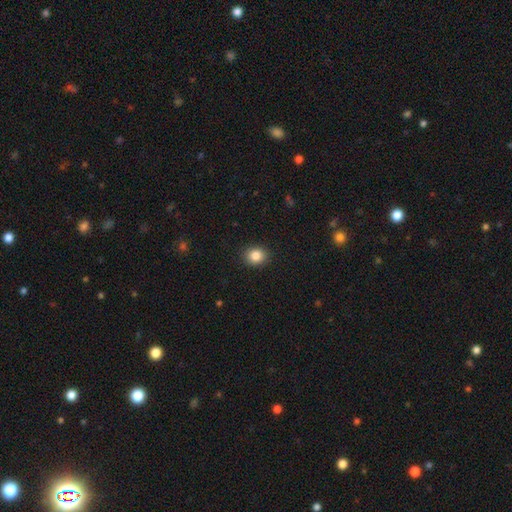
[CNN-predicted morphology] smooth-or-featured: smooth: 85% | star or artifact: 10% | featured or disk: 5%
  how-rounded: round: 70% | in between: 29% | cigar-shaped: 1%
  merging: none: 91% | minor disturbance: 6% | major disturbance: 2% | merger: 1%